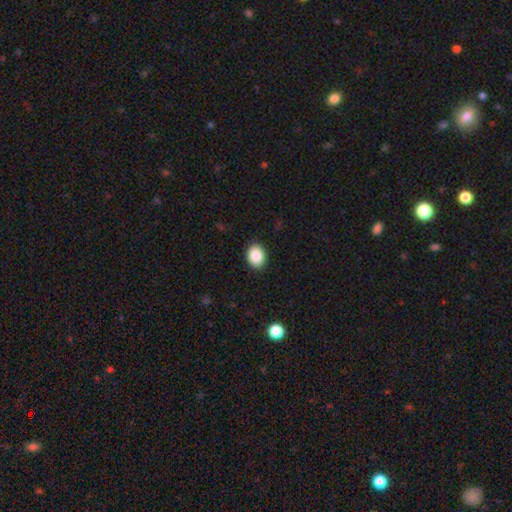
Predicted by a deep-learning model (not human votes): This is clearly a smooth galaxy (88%). How rounded: possibly in between (59%). Merging: clearly none (90%).